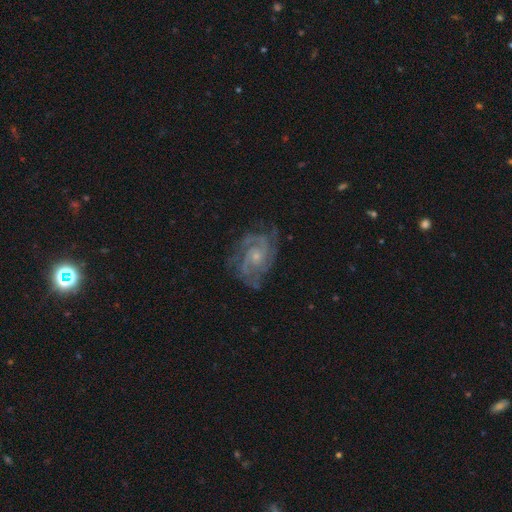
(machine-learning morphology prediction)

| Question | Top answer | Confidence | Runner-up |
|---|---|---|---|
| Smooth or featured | featured or disk | 89% | smooth (6%) |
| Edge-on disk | no | 98% | yes (2%) |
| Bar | no | 71% | weak (25%) |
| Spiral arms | yes | 97% | no (3%) |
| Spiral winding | tight | 51% | medium (41%) |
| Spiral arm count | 3 | 32% | 2 (31%) |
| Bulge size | small | 68% | moderate (27%) |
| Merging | none | 71% | minor disturbance (19%) |